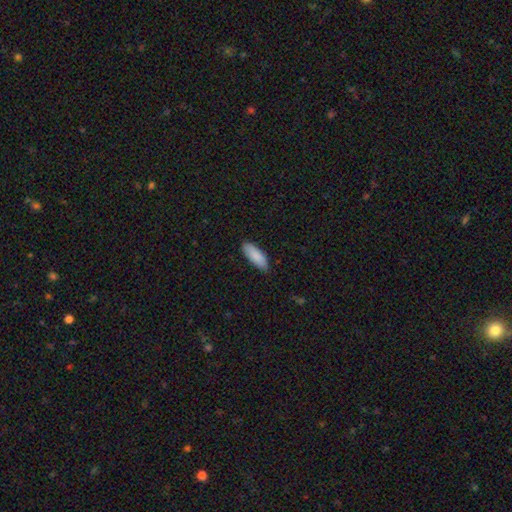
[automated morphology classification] Smooth or featured? Predicted: smooth (p=0.89). How rounded? Predicted: in between (p=0.71). Merging? Predicted: none (p=0.85).